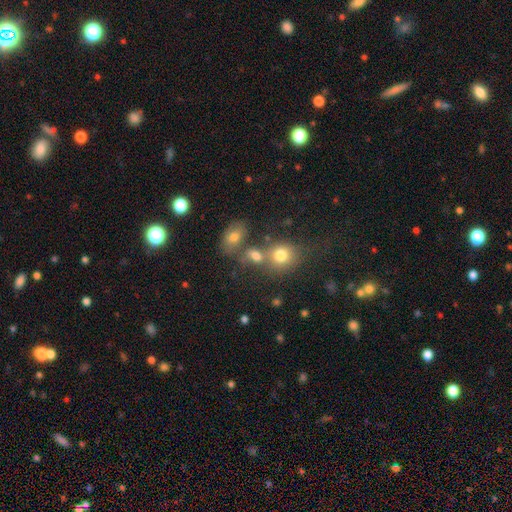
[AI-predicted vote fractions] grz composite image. It shows a smooth galaxy with no disk features (72%) that is round (50%). Merging: none (47%).